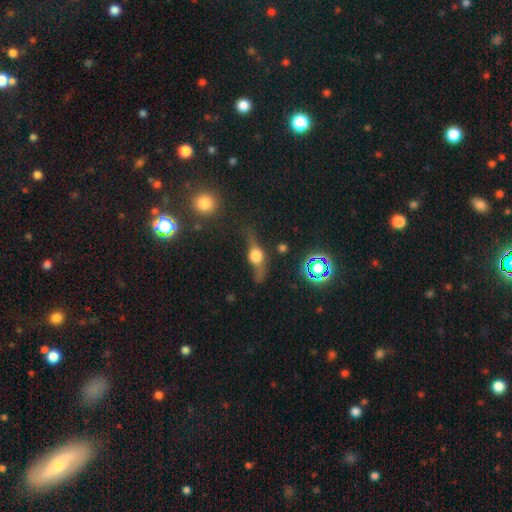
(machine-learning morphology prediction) This is possibly a featured or disk galaxy (58%). It is likely viewed edge-on (79%). Merging: possibly none (59%).